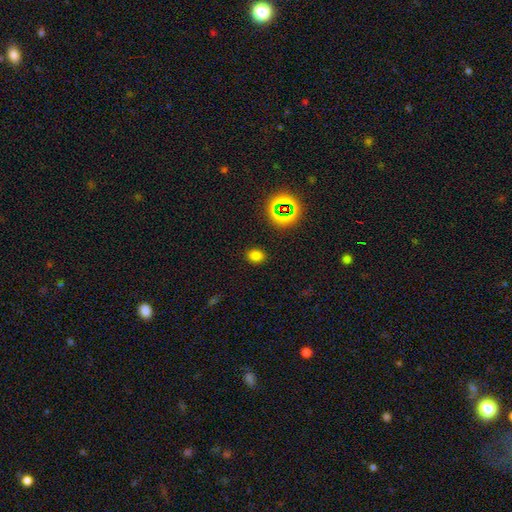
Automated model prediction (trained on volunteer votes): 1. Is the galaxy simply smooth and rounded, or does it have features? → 74% smooth, 21% star or artifact, 5% featured or disk.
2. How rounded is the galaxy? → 51% round, 48% in between, 1% cigar-shaped.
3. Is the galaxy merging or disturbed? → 87% none, 8% minor disturbance, 3% major disturbance, 2% merger.